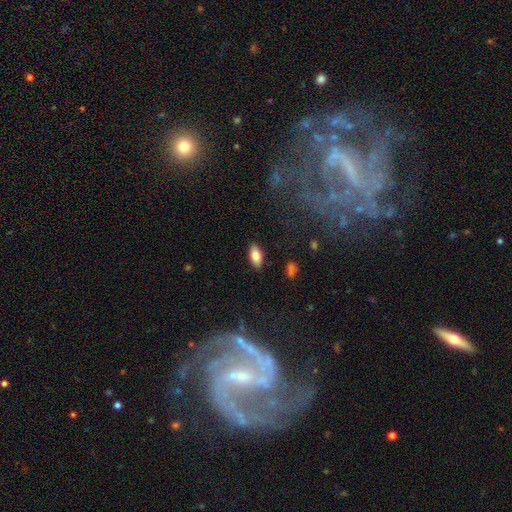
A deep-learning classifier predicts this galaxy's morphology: Smooth or featured? Predicted: smooth (p=0.81). How rounded? Predicted: in between (p=0.88). Merging? Predicted: none (p=0.88).